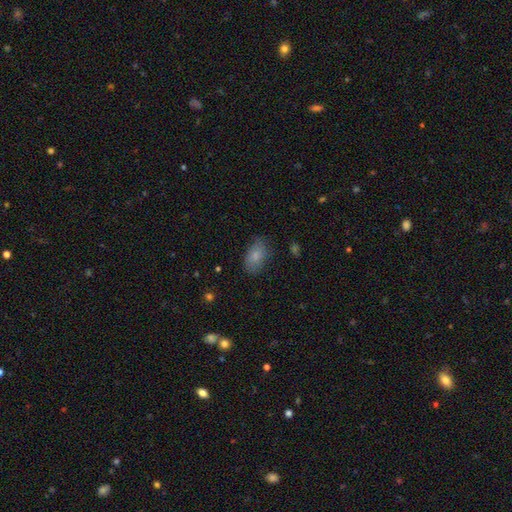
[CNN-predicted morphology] Smooth or featured?
  - smooth: 80% *
  - featured or disk: 12%
  - star or artifact: 8%
How rounded?
  - in between: 90% *
  - round: 8%
  - cigar-shaped: 2%
Merging?
  - none: 75% *
  - minor disturbance: 19%
  - major disturbance: 5%
  - merger: 1%